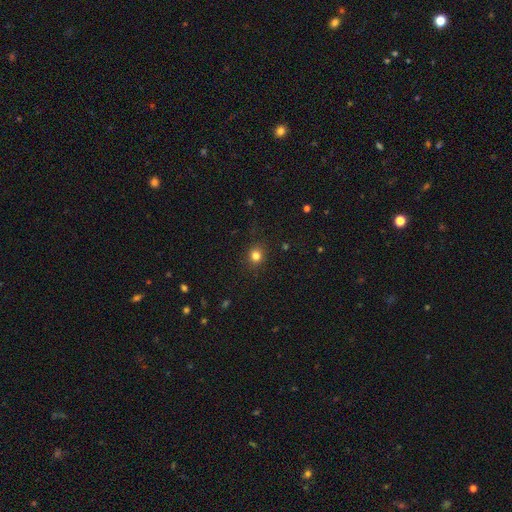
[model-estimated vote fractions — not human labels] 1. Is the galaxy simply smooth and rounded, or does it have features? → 81% smooth, 14% star or artifact, 5% featured or disk.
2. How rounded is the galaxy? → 85% round, 14% in between, 1% cigar-shaped.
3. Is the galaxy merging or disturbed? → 89% none, 7% minor disturbance, 2% major disturbance, 1% merger.